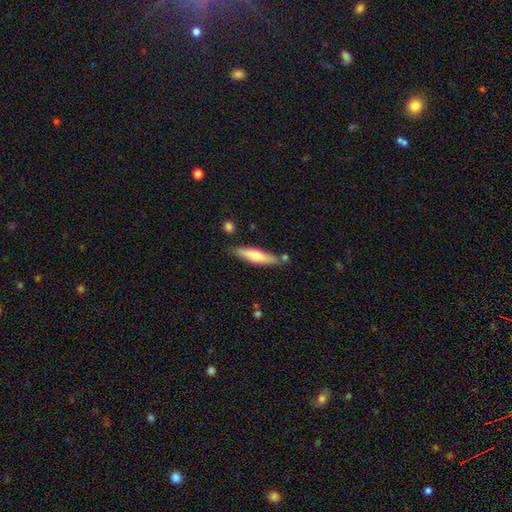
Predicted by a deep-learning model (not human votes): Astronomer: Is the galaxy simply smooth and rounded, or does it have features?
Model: smooth — 62%.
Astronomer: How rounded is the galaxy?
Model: cigar-shaped — 75%.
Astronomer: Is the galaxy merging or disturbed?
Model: none — 78%.